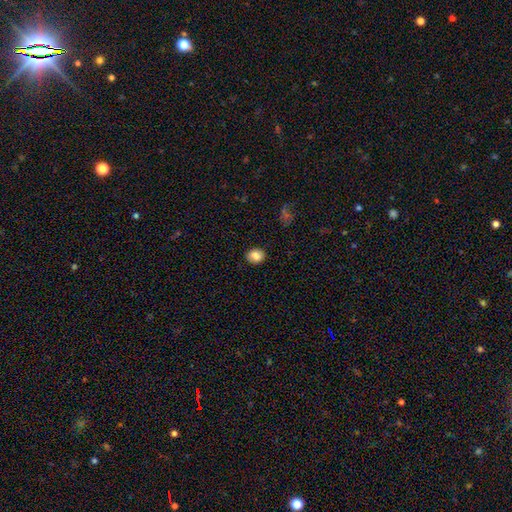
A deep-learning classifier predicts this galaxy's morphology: Smooth or featured: smooth — 84% (star or artifact — 9%)
How rounded: round — 55% (in between — 44%)
Merging: none — 88% (minor disturbance — 9%)